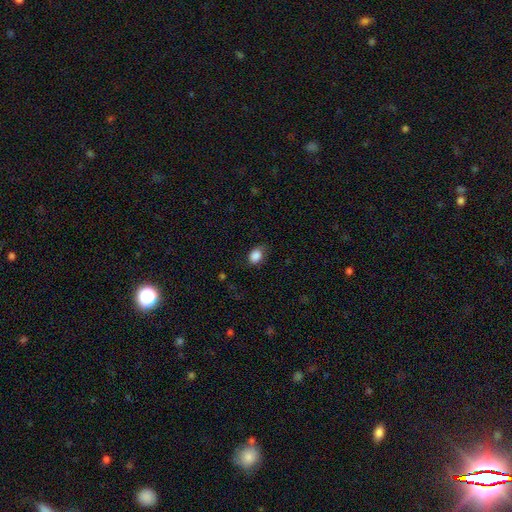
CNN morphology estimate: The model was most divided on "how rounded": in between: 67%, round: 32%, cigar-shaped: 1%. More confident: smooth or featured — smooth (87%); merging — none (70%).